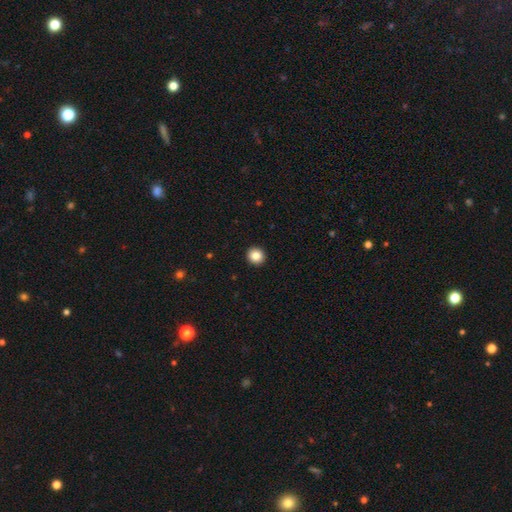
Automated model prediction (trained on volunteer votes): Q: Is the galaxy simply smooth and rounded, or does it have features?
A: smooth — 86%.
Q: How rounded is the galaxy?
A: round — 92%.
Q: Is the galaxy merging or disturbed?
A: none — 94%.